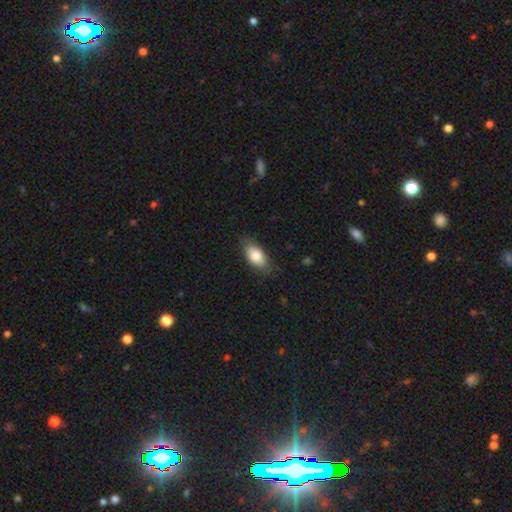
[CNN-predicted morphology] smooth 81%, featured or disk 12%, star or artifact 7%. Down the decision tree: how rounded — in between (89%); merging — none (80%).